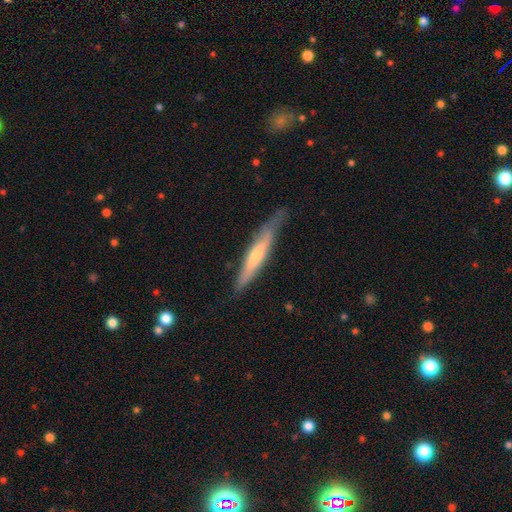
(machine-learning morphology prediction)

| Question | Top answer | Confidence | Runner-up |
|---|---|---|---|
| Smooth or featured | featured or disk | 50% | smooth (45%) |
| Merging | none | 74% | minor disturbance (21%) |